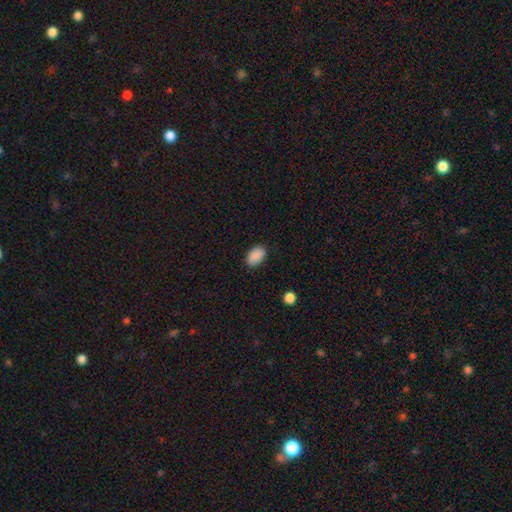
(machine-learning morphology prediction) The model was most divided on "merging": none: 87%, minor disturbance: 9%, major disturbance: 2%, merger: 1%. More confident: how rounded — in between (91%); smooth or featured — smooth (90%).